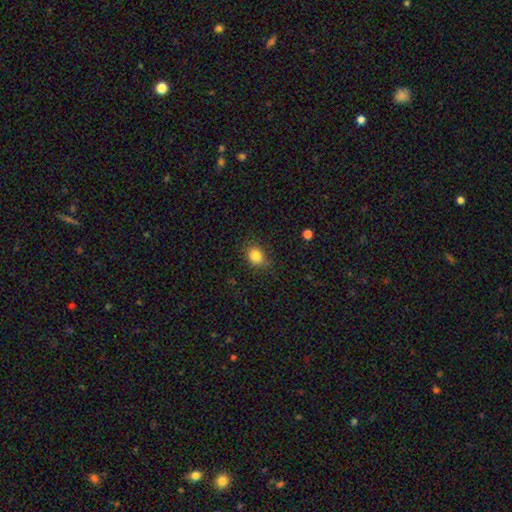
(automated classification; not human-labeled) smooth-or-featured: smooth: 83% | star or artifact: 11% | featured or disk: 6%
  how-rounded: in between: 49% (tied) | round: 49% (tied) | cigar-shaped: 1%
  merging: none: 75% | minor disturbance: 19% | major disturbance: 4% | merger: 1%